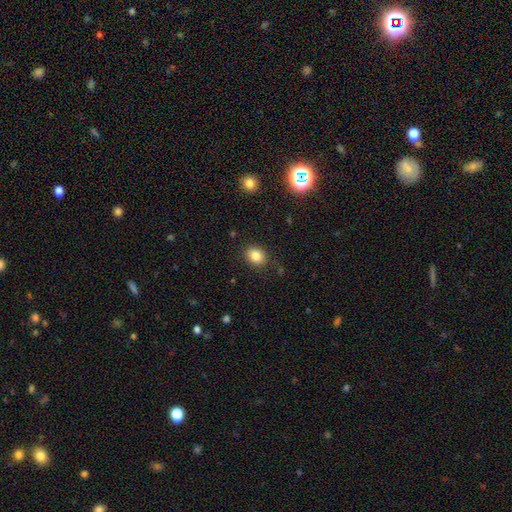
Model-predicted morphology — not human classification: This is clearly a smooth galaxy (84%). How rounded: possibly round (51%). Merging: clearly none (86%).